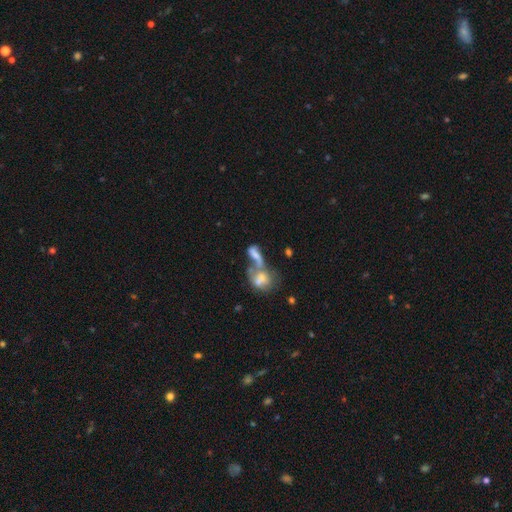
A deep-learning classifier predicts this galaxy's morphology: Smooth or featured? smooth (52%)
How rounded? in between (76%)
Merging? merger (70%)